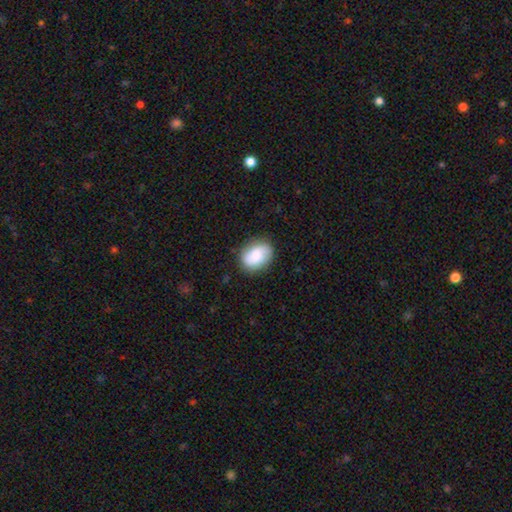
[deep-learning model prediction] Smooth or featured? smooth (70%)
How rounded? in between (72%)
Merging? none (80%)